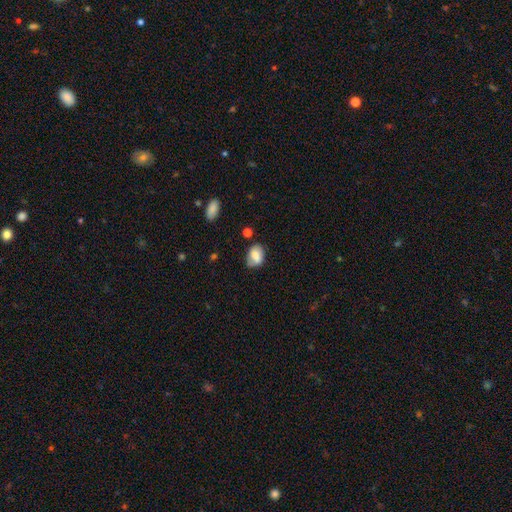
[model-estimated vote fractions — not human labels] Morphology: type=smooth (74%); roundness=in between (73%); merging=none (57%).